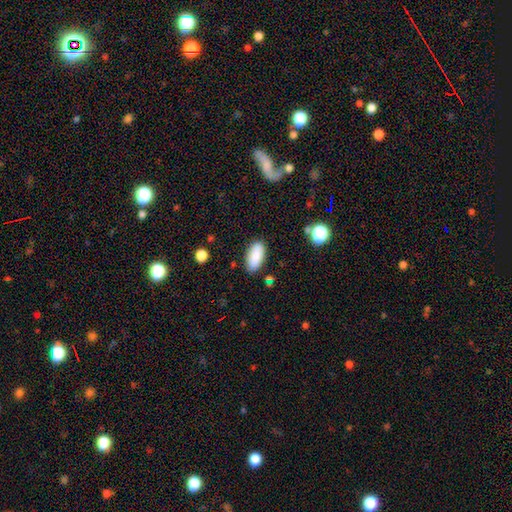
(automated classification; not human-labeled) smooth-or-featured: smooth: 88% | star or artifact: 7% | featured or disk: 5%
  how-rounded: in between: 90% | cigar-shaped: 8% | round: 2%
  merging: none: 85% | minor disturbance: 10% | major disturbance: 3% | merger: 2%